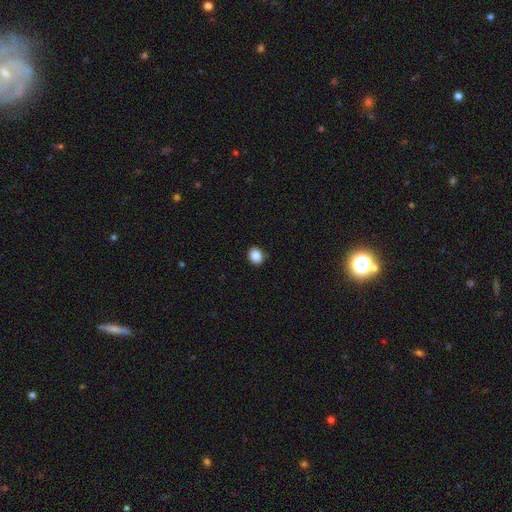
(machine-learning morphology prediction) smooth_or_featured: smooth (p=0.89) [alt: star or artifact p=0.09]
how_rounded: round (p=0.59) [alt: in between p=0.40]
merging: none (p=0.89) [alt: minor disturbance p=0.08]